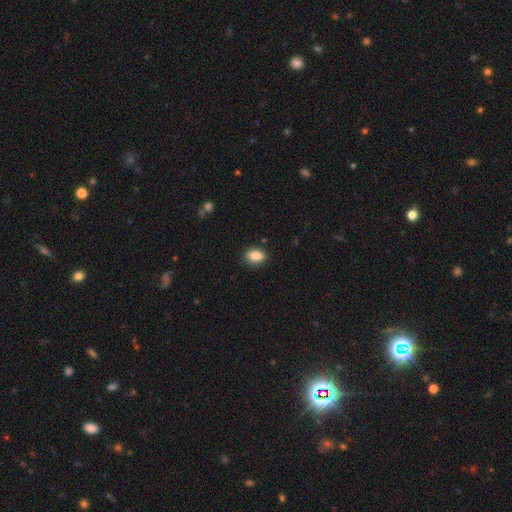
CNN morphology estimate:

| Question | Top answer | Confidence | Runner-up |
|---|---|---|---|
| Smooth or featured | smooth | 85% | star or artifact (8%) |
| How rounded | in between | 77% | round (20%) |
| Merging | none | 87% | minor disturbance (10%) |